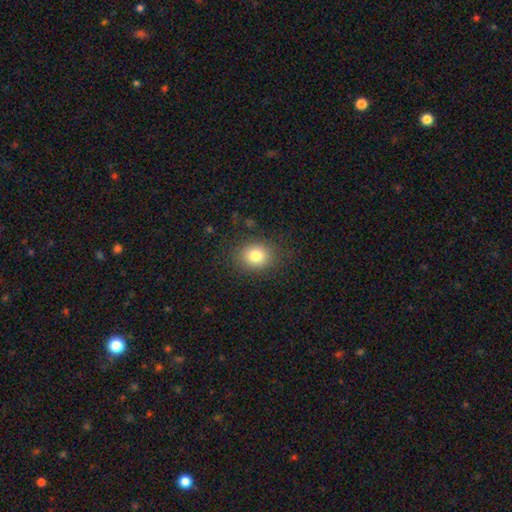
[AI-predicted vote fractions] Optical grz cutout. It shows a smooth galaxy with no disk features (81%) that is round (66%). Merging: none (85%).